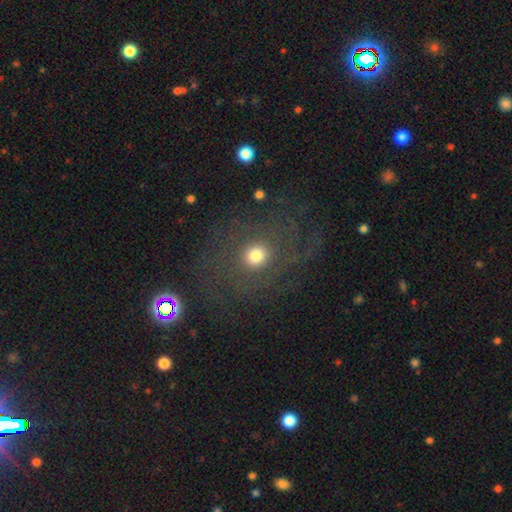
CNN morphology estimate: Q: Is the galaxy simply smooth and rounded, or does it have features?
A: featured or disk — 45%.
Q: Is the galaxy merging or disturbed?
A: none — 74%.